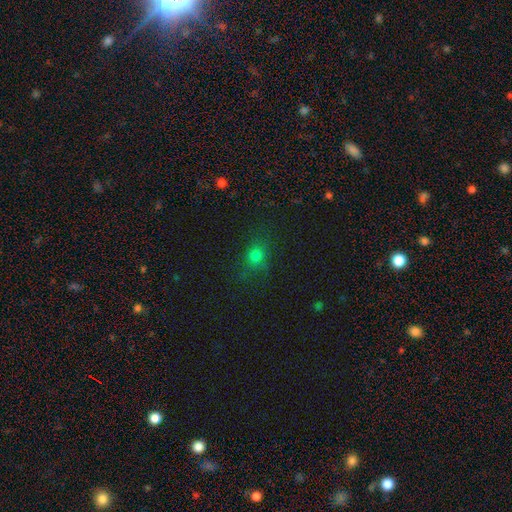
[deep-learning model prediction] The model was most divided on "how rounded": round: 71%, in between: 26%, cigar-shaped: 2%. More confident: merging — none (76%); smooth or featured — smooth (71%).